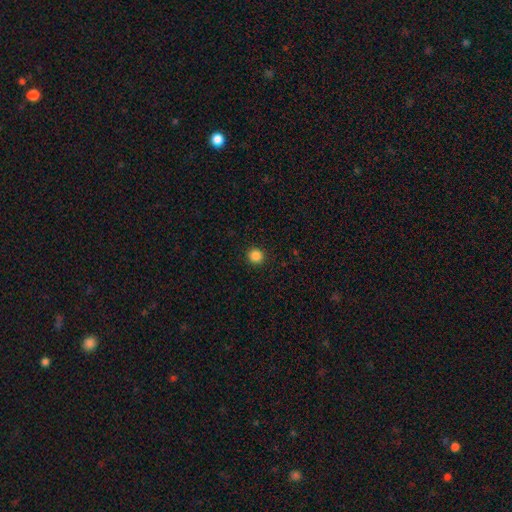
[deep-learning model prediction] Morphology: type=smooth (86%); roundness=round (94%); merging=none (93%).